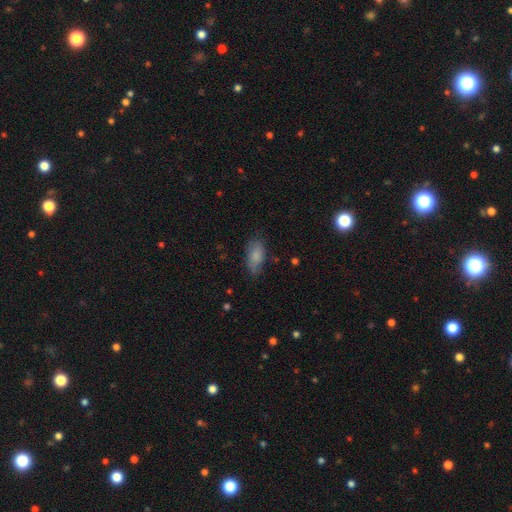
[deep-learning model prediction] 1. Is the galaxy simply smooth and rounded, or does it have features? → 81% smooth, 11% featured or disk, 7% star or artifact.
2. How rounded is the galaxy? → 90% in between, 7% cigar-shaped, 4% round.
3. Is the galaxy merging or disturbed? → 69% none, 24% minor disturbance, 6% major disturbance, 2% merger.